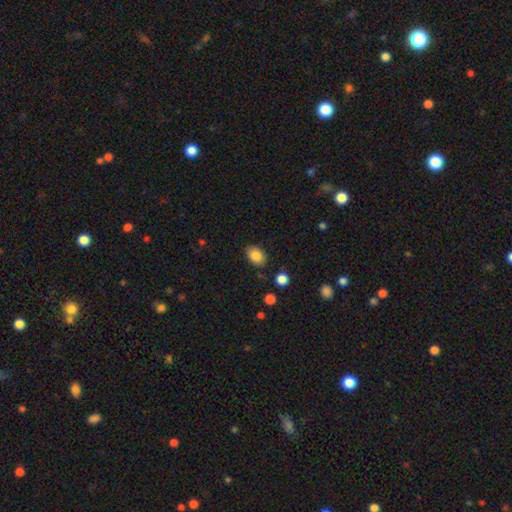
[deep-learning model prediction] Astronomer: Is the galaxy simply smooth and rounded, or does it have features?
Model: smooth — 85%.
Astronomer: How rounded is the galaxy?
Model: in between — 80%.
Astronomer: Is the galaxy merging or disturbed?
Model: none — 84%.